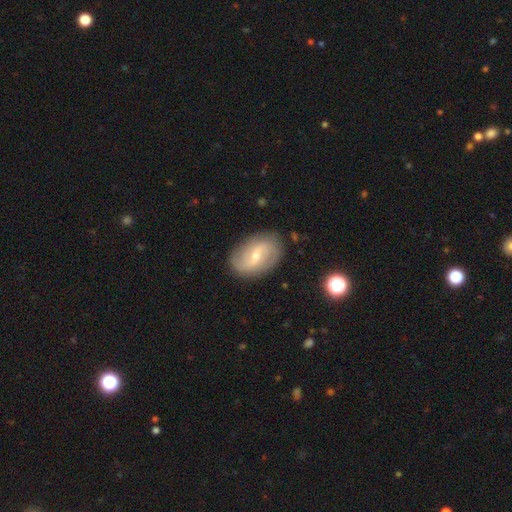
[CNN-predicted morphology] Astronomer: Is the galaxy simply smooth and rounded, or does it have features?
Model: featured or disk — 68%.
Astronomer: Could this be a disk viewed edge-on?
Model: no — 96%.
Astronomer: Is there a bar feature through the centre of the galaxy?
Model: weak — 54%.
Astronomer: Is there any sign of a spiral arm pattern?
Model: yes — 83%.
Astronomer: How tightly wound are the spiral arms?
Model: loose — 44% (runner-up: medium, 36%).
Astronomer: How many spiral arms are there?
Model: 2 — 78%.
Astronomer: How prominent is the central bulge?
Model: small — 64%.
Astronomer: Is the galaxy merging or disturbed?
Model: none — 83%.